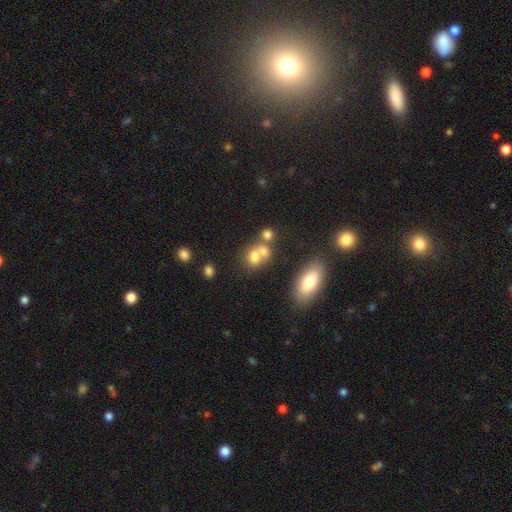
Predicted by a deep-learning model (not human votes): Smooth or featured: smooth — 70% (featured or disk — 17%)
How rounded: round — 56% (in between — 43%)
Merging: merger — 54% (none — 32%)